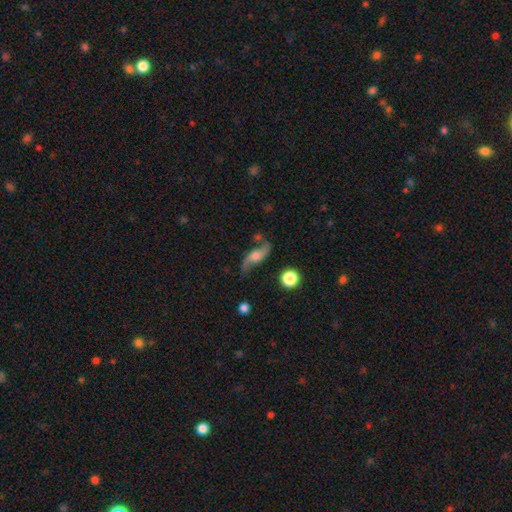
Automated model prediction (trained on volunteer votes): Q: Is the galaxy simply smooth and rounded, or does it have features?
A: featured or disk — 78%.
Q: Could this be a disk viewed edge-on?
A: no — 89%.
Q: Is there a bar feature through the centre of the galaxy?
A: no — 63%.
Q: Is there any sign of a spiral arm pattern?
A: yes — 95%.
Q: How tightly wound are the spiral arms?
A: loose — 86%.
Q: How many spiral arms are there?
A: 2 — 93%.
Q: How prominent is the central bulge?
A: moderate — 41%.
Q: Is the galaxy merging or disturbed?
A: none — 70%.